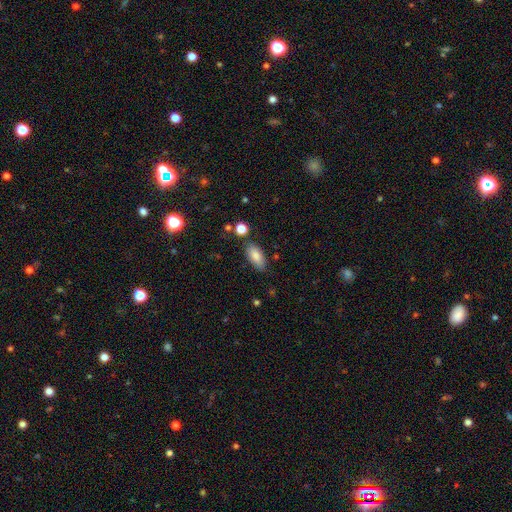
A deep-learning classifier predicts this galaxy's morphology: Smooth or featured: smooth — 84% (featured or disk — 8%)
How rounded: in between — 87% (cigar-shaped — 10%)
Merging: none — 81% (minor disturbance — 13%)